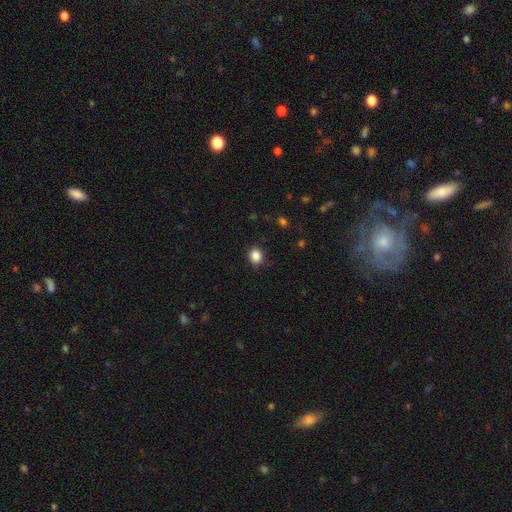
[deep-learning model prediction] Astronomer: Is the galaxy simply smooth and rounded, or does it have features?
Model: smooth — 87%.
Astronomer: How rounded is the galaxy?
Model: round — 70%.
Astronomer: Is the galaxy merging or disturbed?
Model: none — 87%.